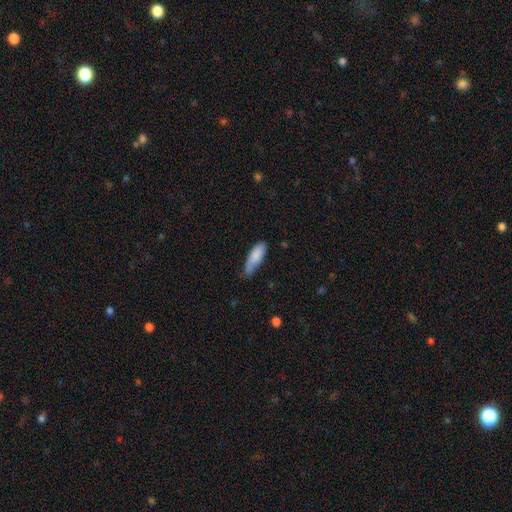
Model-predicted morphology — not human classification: The model was most divided on "merging": none: 51%, minor disturbance: 37%, major disturbance: 8%, merger: 3%. More confident: smooth or featured — smooth (83%); how rounded — in between (57%).